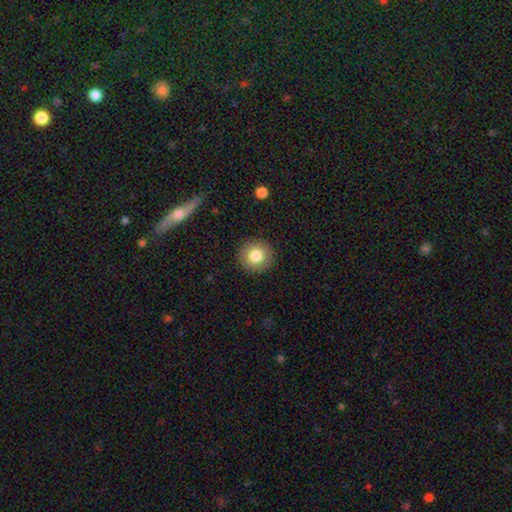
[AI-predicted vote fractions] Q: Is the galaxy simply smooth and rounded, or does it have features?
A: smooth — 81%.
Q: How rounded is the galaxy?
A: round — 93%.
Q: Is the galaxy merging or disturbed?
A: none — 91%.